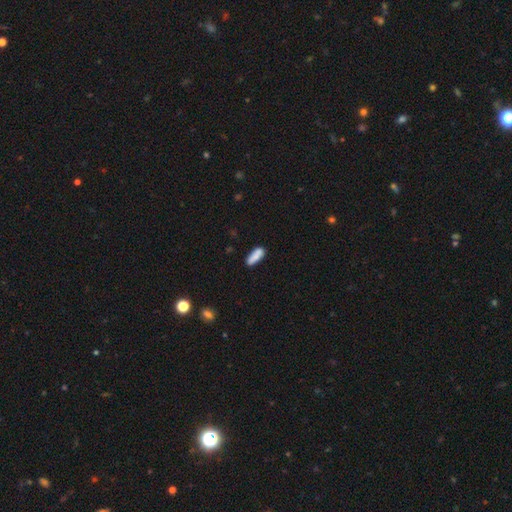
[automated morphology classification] Smooth or featured?
  - smooth: 84% *
  - featured or disk: 9%
  - star or artifact: 7%
How rounded?
  - in between: 53% *
  - cigar-shaped: 44%
  - round: 2%
Merging?
  - none: 72% *
  - minor disturbance: 16%
  - merger: 8%
  - major disturbance: 4%